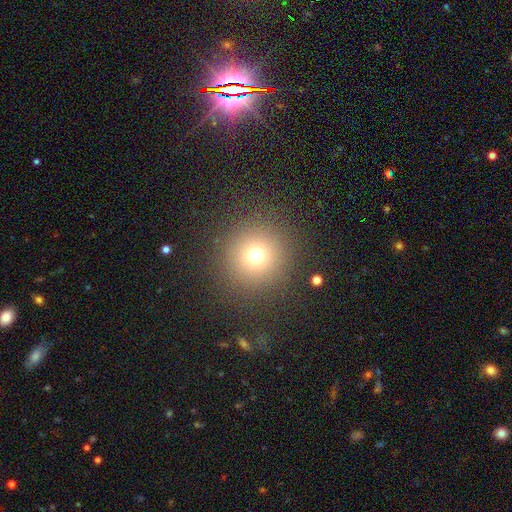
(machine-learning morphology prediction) Smooth or featured? Predicted: smooth (p=0.72). How rounded? Predicted: round (p=0.95). Merging? Predicted: none (p=0.89).